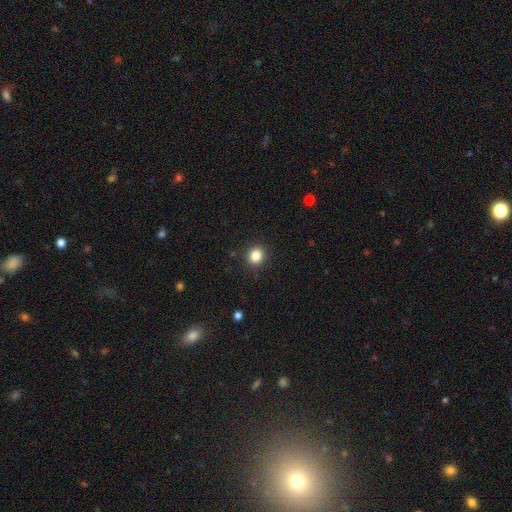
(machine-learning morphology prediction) Q: Smooth or featured?
A: smooth (84%); runner-up: star or artifact (11%)
Q: How rounded?
A: round (84%); runner-up: in between (15%)
Q: Merging?
A: none (89%); runner-up: minor disturbance (7%)